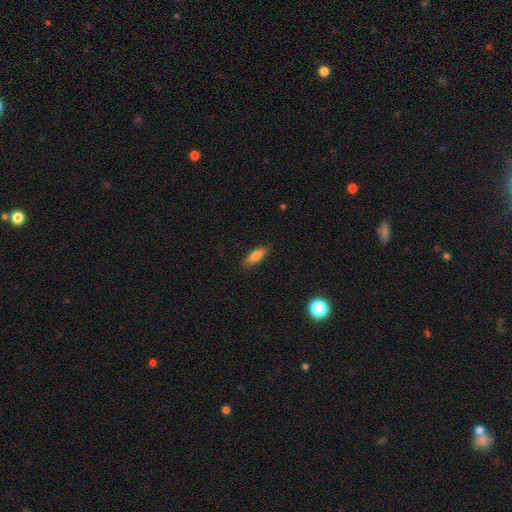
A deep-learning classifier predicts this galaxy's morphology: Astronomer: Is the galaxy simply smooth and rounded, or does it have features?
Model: smooth — 82%.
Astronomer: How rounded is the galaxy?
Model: in between — 59% (runner-up: cigar-shaped, 38%).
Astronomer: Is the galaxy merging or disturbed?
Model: none — 85%.